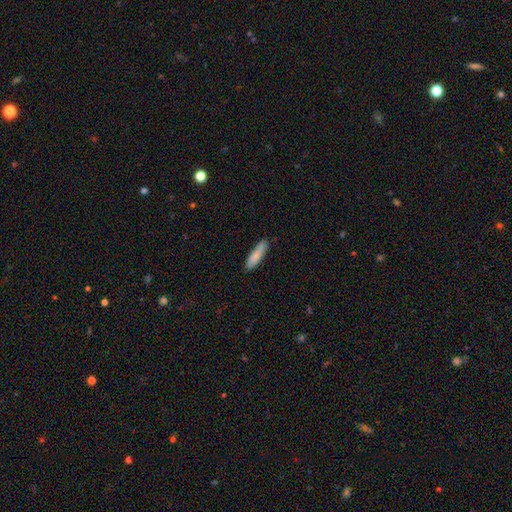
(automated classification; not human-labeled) Smooth or featured: smooth — 85% (featured or disk — 9%)
How rounded: cigar-shaped — 72% (in between — 27%)
Merging: none — 83% (minor disturbance — 13%)